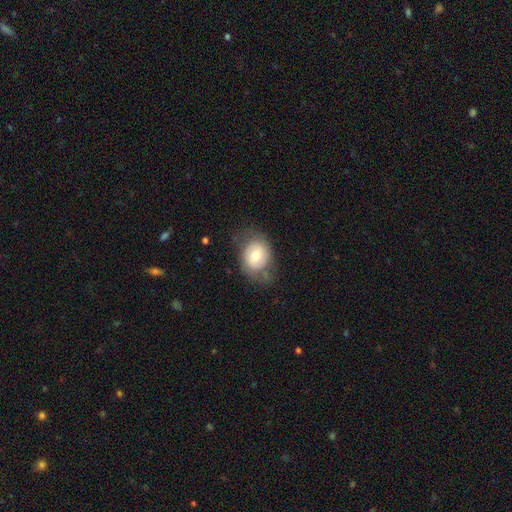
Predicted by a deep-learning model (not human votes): Overall: smooth (66%). How rounded: round (54%; in between 45%). Merging: none (61%; minor disturbance 25%).